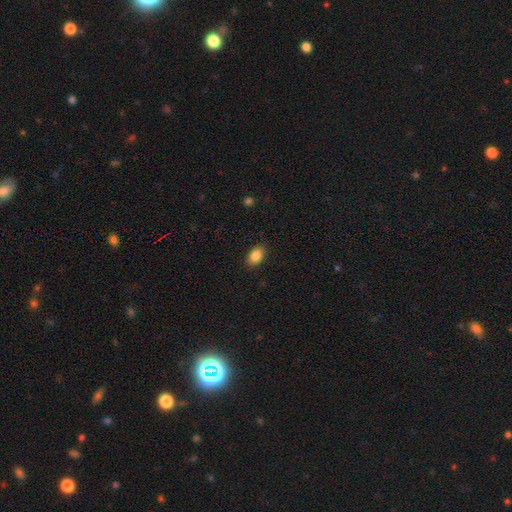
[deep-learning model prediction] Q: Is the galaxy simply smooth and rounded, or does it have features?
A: smooth — 86%.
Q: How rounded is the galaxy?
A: in between — 86%.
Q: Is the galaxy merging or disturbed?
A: none — 88%.